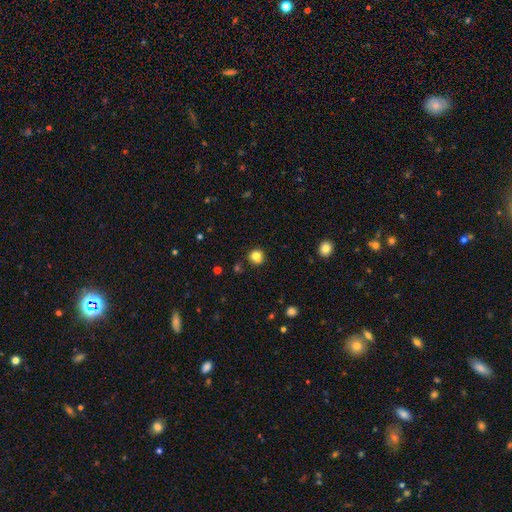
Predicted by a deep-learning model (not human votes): A smooth galaxy with no disk features (81%) that is round (88%). Merging: none (81%).